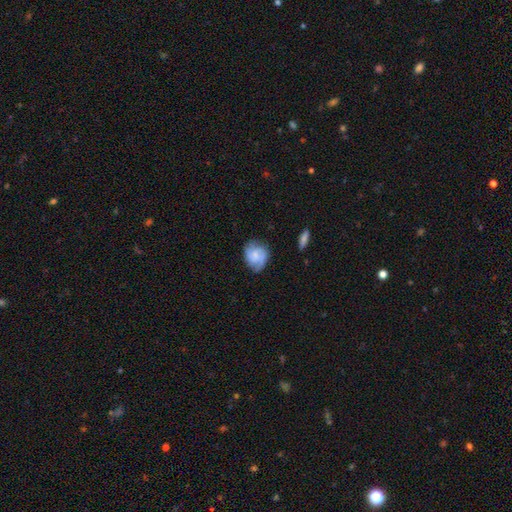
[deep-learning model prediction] Morphology: type=featured or disk (53%); edge-on=no (97%); bar=no (60%); spiral arms=yes (90%); bulge=small (46%); merging=none (68%).